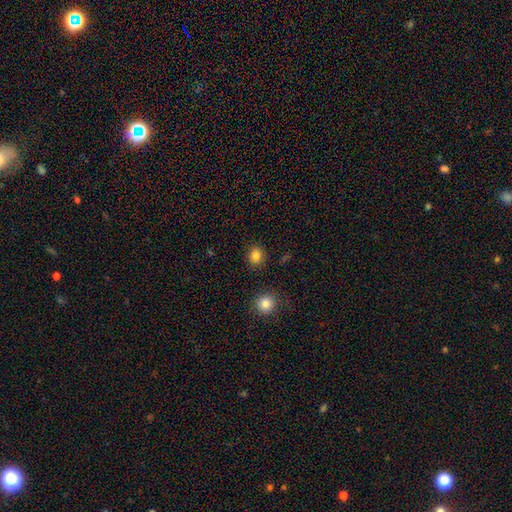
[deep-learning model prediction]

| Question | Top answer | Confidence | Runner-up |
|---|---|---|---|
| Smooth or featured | smooth | 84% | star or artifact (11%) |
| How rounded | round | 65% | in between (34%) |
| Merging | none | 87% | minor disturbance (8%) |